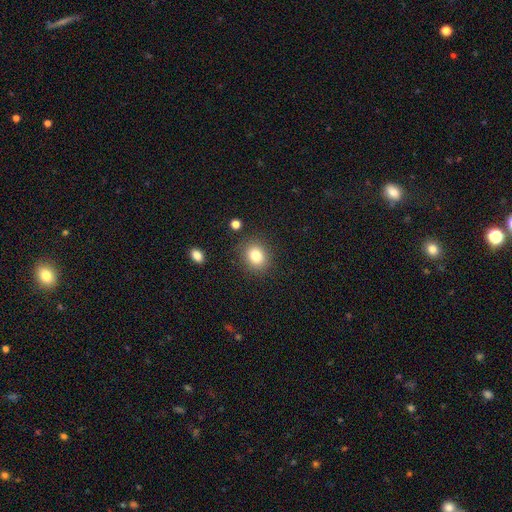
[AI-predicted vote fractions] A smooth galaxy with no disk features (82%) that is round (67%). Merging: none (85%).